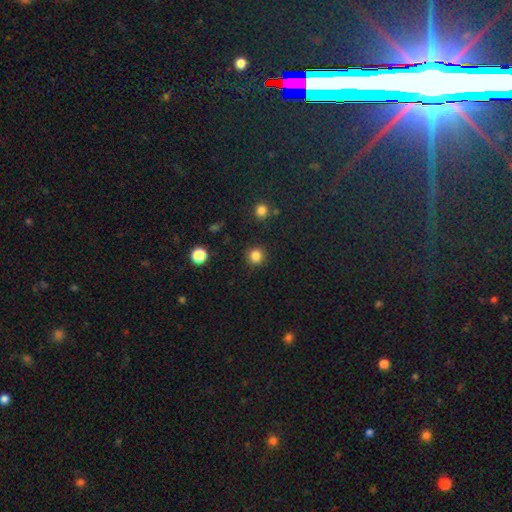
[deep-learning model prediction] A smooth galaxy with no disk features (84%) that is round (92%).

Vote fractions:
- Smooth or featured? smooth: 84% / star or artifact: 13% / featured or disk: 4%
- How rounded? round: 92% / in between: 7% / cigar-shaped: 1%
- Merging? none: 91% / minor disturbance: 6% / major disturbance: 2% / merger: 1%